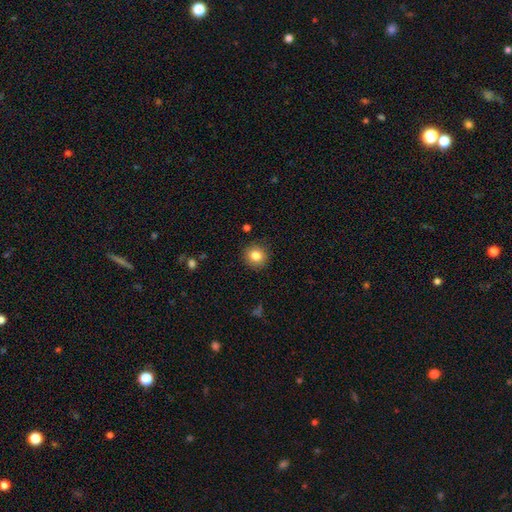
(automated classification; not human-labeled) smooth_or_featured: smooth (p=0.83) [alt: star or artifact p=0.10]
how_rounded: round (p=0.89) [alt: in between p=0.10]
merging: none (p=0.90) [alt: minor disturbance p=0.07]